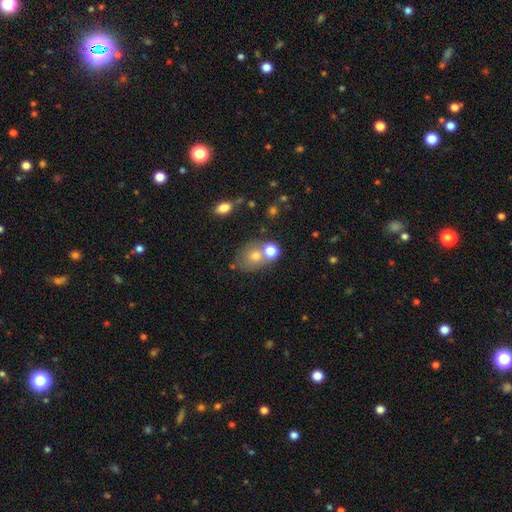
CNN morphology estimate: A smooth galaxy with no disk features (68%) that is round (55%). Merging: none (50%).